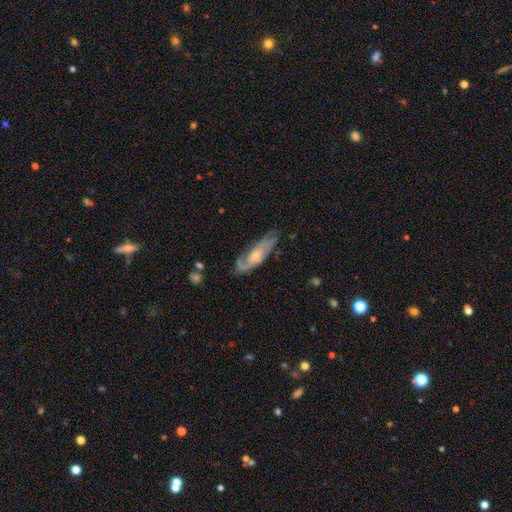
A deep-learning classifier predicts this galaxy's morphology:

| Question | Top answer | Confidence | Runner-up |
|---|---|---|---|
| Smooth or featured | featured or disk | 69% | smooth (23%) |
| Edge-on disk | no | 77% | yes (23%) |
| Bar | no | 66% | weak (28%) |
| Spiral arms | yes | 84% | no (16%) |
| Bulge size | small | 44% | tied: moderate (44%) |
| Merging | none | 60% | minor disturbance (24%) |